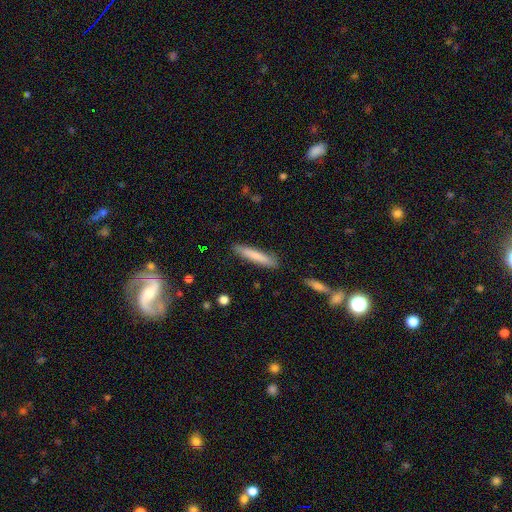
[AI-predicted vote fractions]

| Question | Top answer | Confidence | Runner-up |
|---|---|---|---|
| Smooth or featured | smooth | 77% | featured or disk (17%) |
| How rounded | cigar-shaped | 92% | in between (7%) |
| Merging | none | 88% | minor disturbance (9%) |